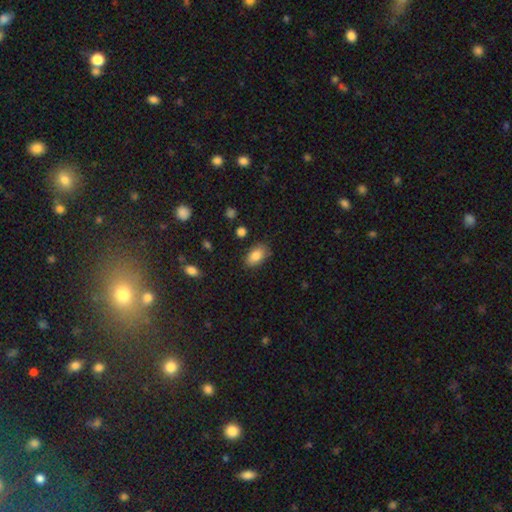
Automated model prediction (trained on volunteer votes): Q: Smooth or featured?
A: smooth (84%); runner-up: featured or disk (8%)
Q: How rounded?
A: in between (91%); runner-up: round (6%)
Q: Merging?
A: none (79%); runner-up: minor disturbance (15%)